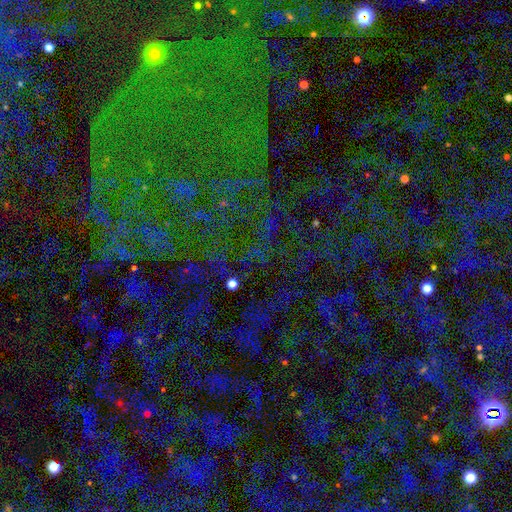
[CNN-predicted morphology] Smooth or featured?
  - star or artifact: 75% *
  - smooth: 16%
  - featured or disk: 9%